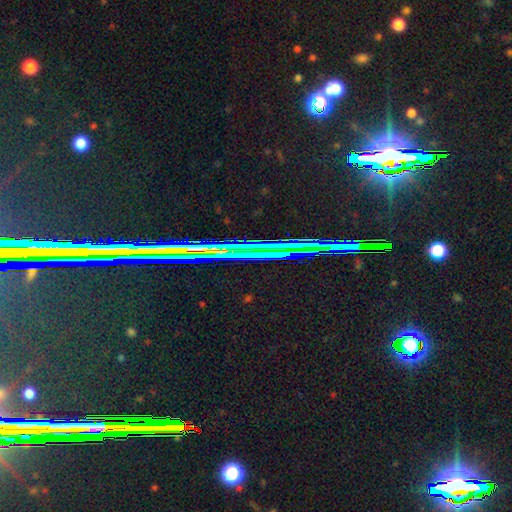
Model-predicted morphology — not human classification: star or artifact 79%, featured or disk 12%, smooth 9%.